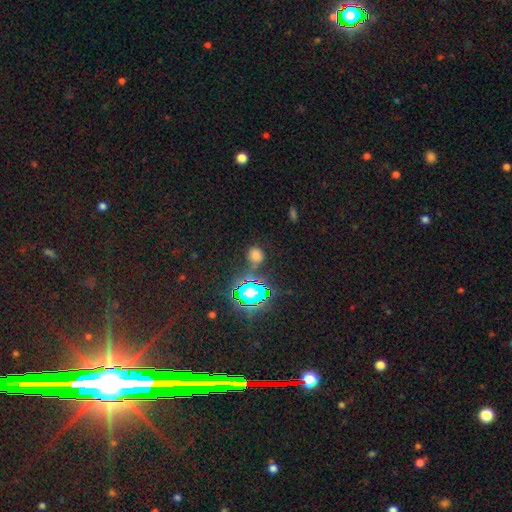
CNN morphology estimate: Smooth or featured? smooth (60%)
How rounded? round (73%)
Merging? none (75%)